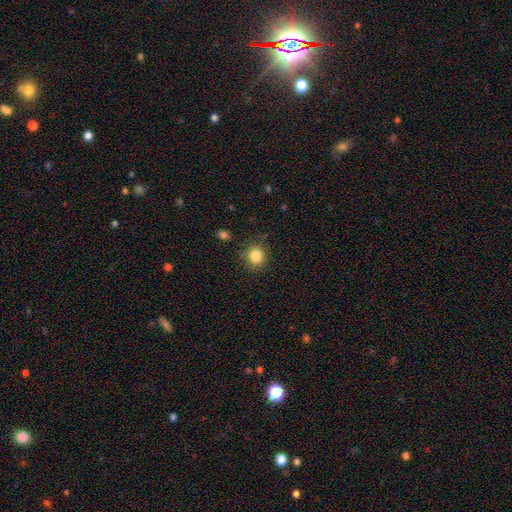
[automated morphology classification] smooth 84%, star or artifact 11%, featured or disk 5%. Down the decision tree: how rounded — round (80%); merging — none (84%).